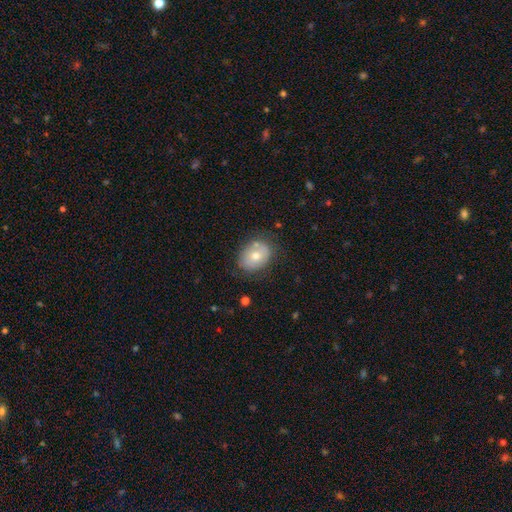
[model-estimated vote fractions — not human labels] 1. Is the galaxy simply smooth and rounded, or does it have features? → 64% smooth, 28% featured or disk, 9% star or artifact.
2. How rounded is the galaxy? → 60% in between, 39% round, 1% cigar-shaped.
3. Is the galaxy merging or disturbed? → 71% none, 19% minor disturbance, 5% major disturbance, 4% merger.